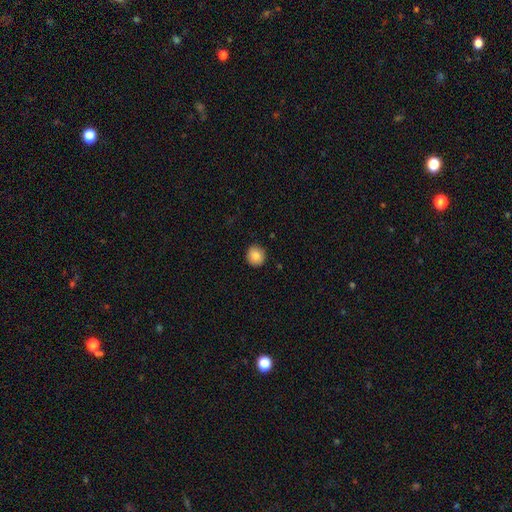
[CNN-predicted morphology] Overall: smooth (86%). How rounded: round (87%). Merging: none (90%).